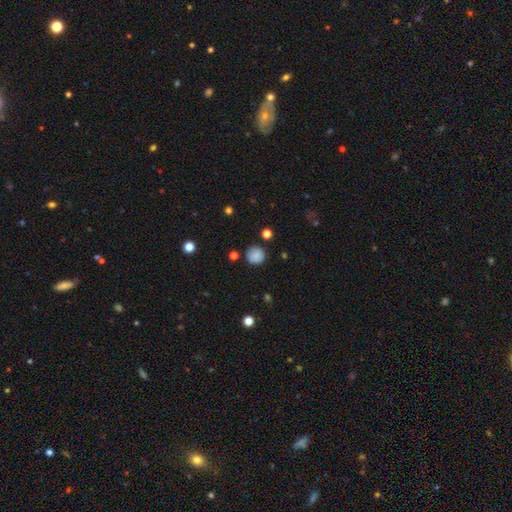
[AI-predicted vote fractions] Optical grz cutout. It shows a smooth galaxy with no disk features (83%) that is round (93%). Merging: none (83%).